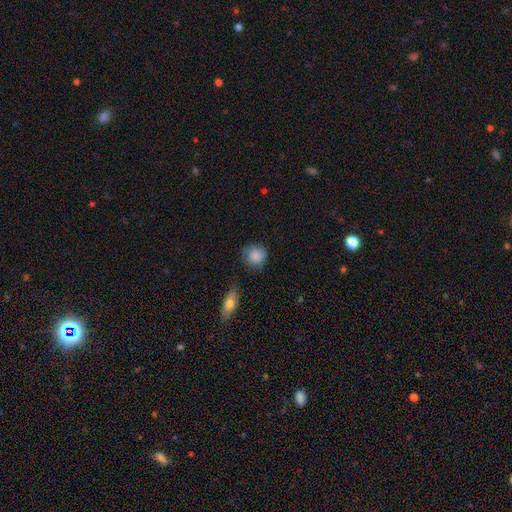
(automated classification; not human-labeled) Smooth or featured? Predicted: smooth (p=0.80). How rounded? Predicted: round (p=0.84). Merging? Predicted: none (p=0.71).